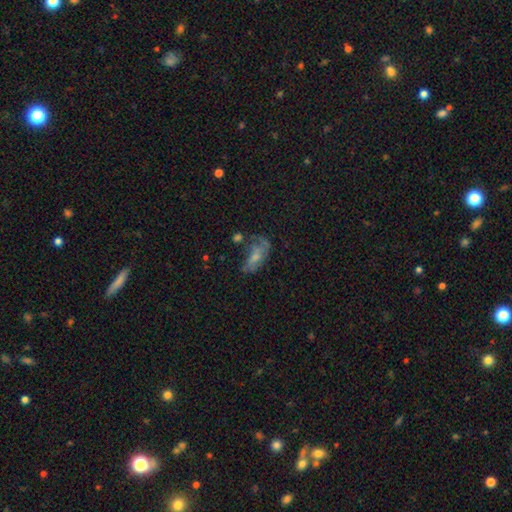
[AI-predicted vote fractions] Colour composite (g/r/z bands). It shows a smooth galaxy with no disk features (44%, tied with featured or disk). Merging: none (34%).